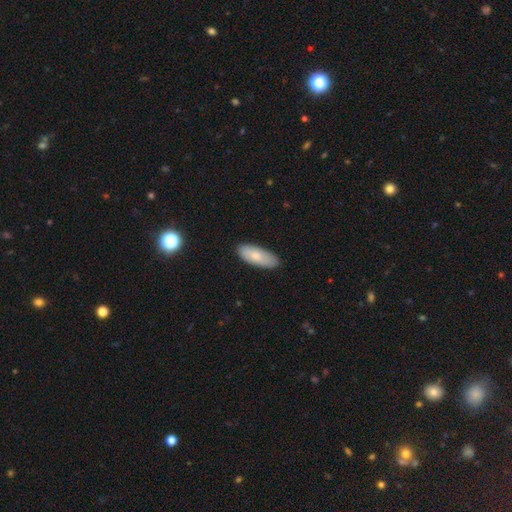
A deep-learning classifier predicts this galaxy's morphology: smooth 77%, featured or disk 17%, star or artifact 6%. Down the decision tree: how rounded — in between (80%); merging — none (84%).